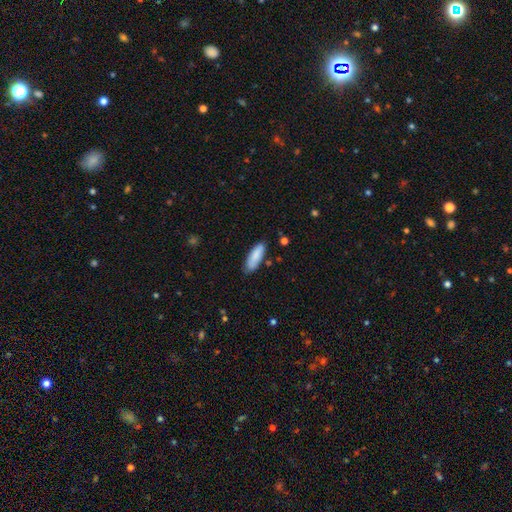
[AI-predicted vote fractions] Q: Smooth or featured?
A: smooth (86%); runner-up: featured or disk (9%)
Q: How rounded?
A: in between (59%); runner-up: cigar-shaped (40%)
Q: Merging?
A: none (80%); runner-up: minor disturbance (15%)